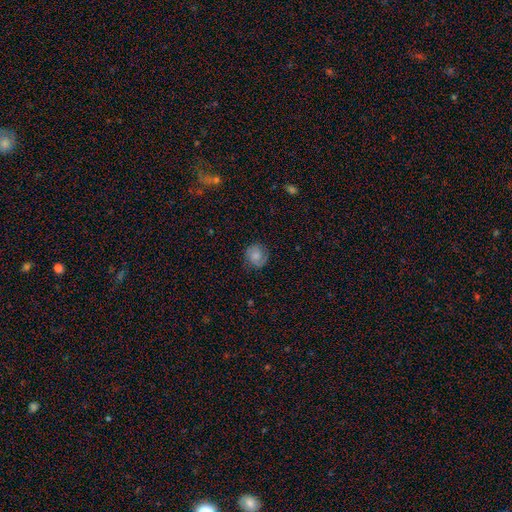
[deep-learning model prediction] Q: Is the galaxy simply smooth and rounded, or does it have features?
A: smooth — 60%.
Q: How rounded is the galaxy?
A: round — 84%.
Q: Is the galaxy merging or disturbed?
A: none — 76%.